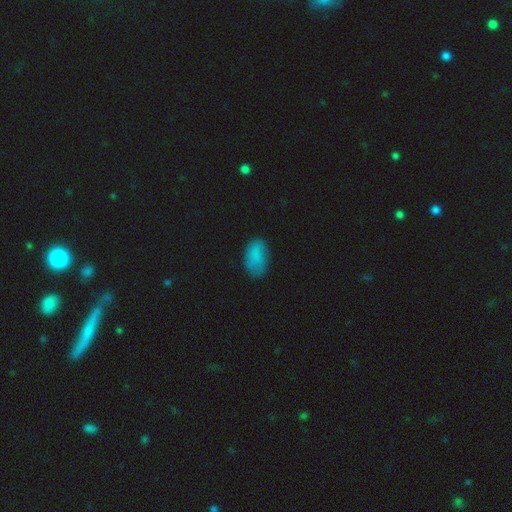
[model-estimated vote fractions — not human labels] Smooth or featured? smooth (82%)
How rounded? in between (92%)
Merging? none (71%)